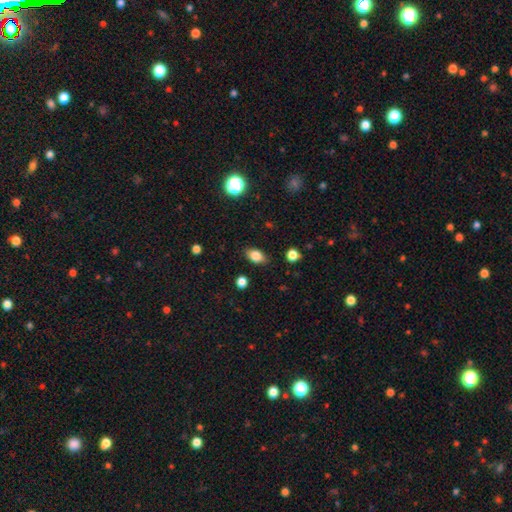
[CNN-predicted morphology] This appears to be a smooth galaxy with no disk features (83%) that is in between round and cigar-shaped (85%). Merging: none (85%).